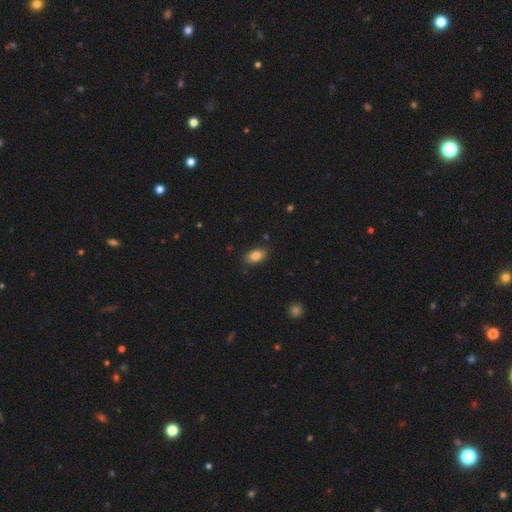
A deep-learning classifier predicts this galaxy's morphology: Smooth or featured? smooth (84%)
How rounded? in between (91%)
Merging? none (85%)